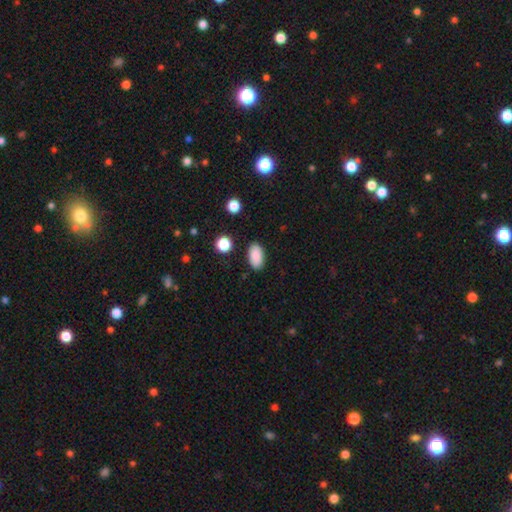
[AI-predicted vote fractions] This is clearly a smooth galaxy (88%). How rounded: clearly in between (93%). Merging: clearly none (88%).